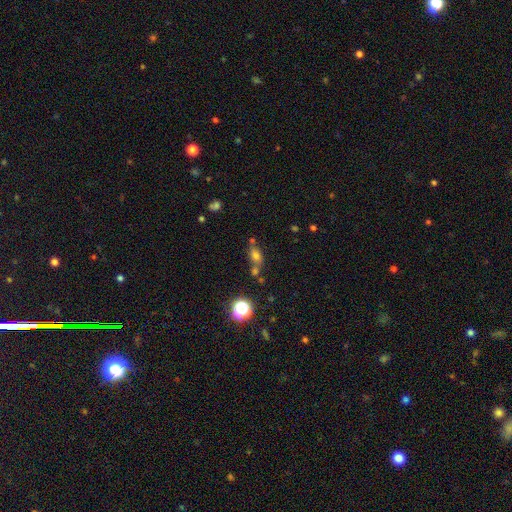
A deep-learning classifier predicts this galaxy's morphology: This is likely a smooth galaxy (63%). How rounded: likely in between (62%). Merging: possibly none (54%).